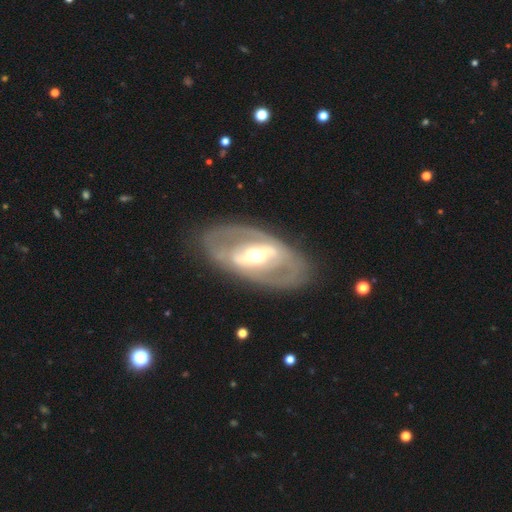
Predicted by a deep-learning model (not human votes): This appears to be a featured or disk galaxy (78%) with a strong bar (56%), no spiral arms (53%) and a moderate central bulge (67%). Merging: none (78%).